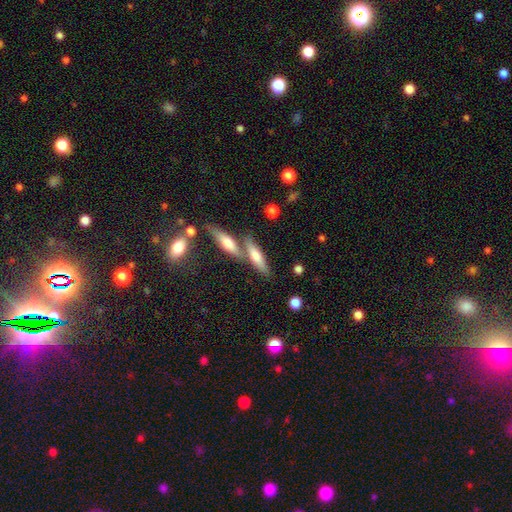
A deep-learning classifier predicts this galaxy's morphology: Smooth or featured? smooth (63%)
How rounded? cigar-shaped (65%)
Merging? none (50%)